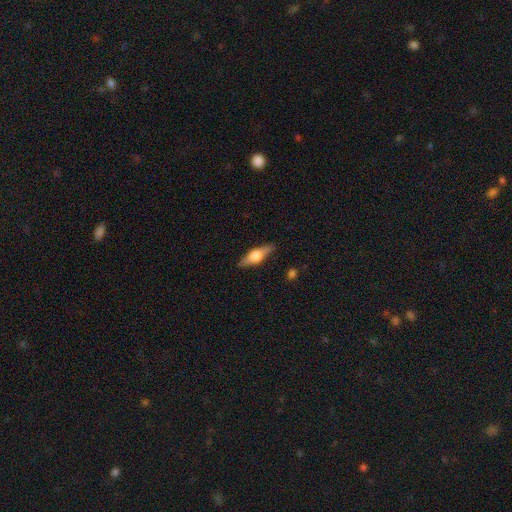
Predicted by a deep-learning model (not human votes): A featured or disk galaxy (55%) viewed edge-on (93%) with a rounded central bulge (92%).

Vote fractions:
- Smooth or featured? featured or disk: 55% / smooth: 39% / star or artifact: 6%
- Edge-on disk? yes: 93% / no: 7%
- Edge-on bulge? rounded: 92% / boxy: 6% / none: 2%
- Merging? none: 87% / minor disturbance: 10% / major disturbance: 2% / merger: 1%